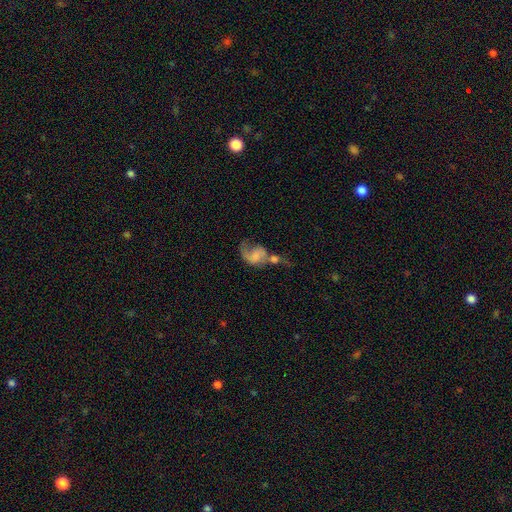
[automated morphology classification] A featured or disk galaxy (48%).

Vote fractions:
- Smooth or featured? featured or disk: 48% / smooth: 42% / star or artifact: 10%
- Merging? merger: 51% / major disturbance: 25% / none: 14% / minor disturbance: 10%